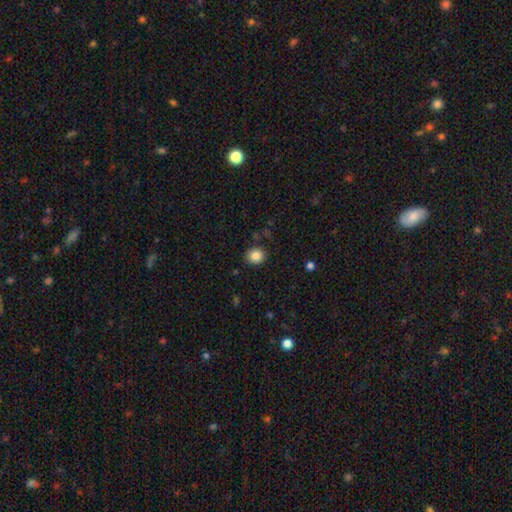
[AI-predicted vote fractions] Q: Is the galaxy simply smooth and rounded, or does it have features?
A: smooth — 85%.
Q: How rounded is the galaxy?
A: round — 69%.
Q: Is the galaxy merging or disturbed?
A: none — 86%.